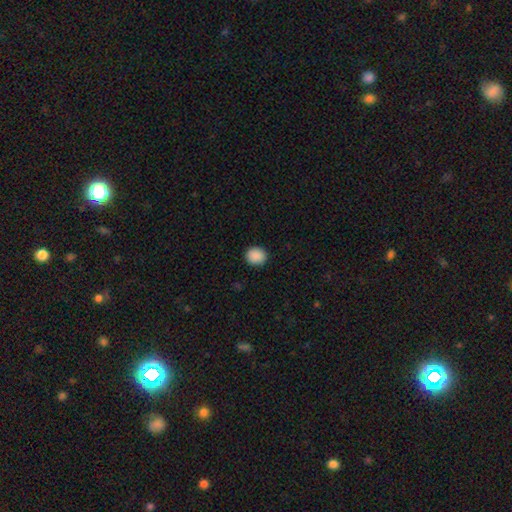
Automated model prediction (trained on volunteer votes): Q: Smooth or featured?
A: smooth (90%); runner-up: star or artifact (8%)
Q: How rounded?
A: round (85%); runner-up: in between (14%)
Q: Merging?
A: none (92%); runner-up: minor disturbance (6%)